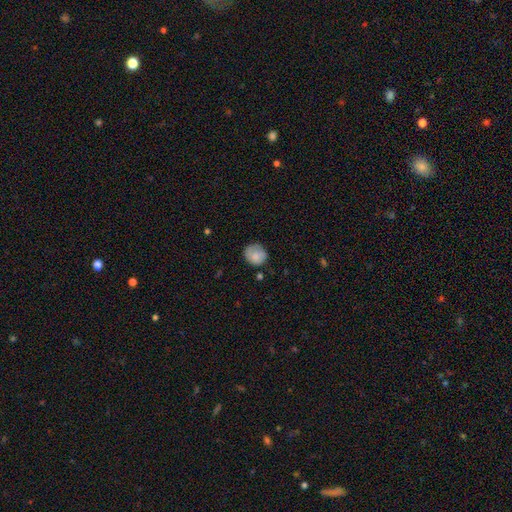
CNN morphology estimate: A smooth galaxy with no disk features (77%) that is round (80%).

Vote fractions:
- Smooth or featured? smooth: 77% / featured or disk: 16% / star or artifact: 7%
- How rounded? round: 80% / in between: 19% / cigar-shaped: 1%
- Merging? none: 62% / minor disturbance: 27% / major disturbance: 8% / merger: 3%